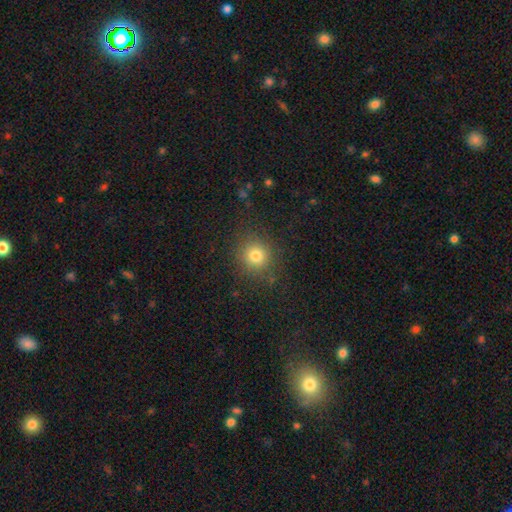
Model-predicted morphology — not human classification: Q: Smooth or featured?
A: smooth (78%); runner-up: star or artifact (15%)
Q: How rounded?
A: round (90%); runner-up: in between (9%)
Q: Merging?
A: none (86%); runner-up: minor disturbance (9%)